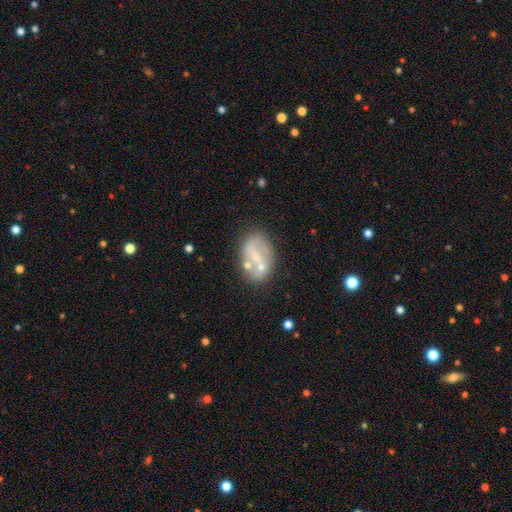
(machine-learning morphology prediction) featured or disk 61%, smooth 30%, star or artifact 9%. Down the decision tree: edge-on disk — no (96%); bar — no (39%); spiral arms — no (53%); bulge size — small (47%); merging — none (52%).